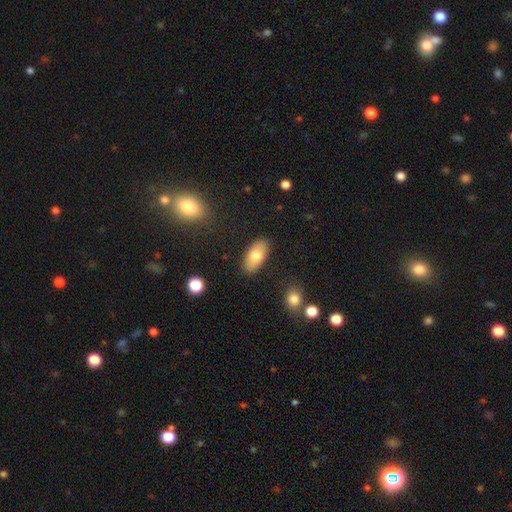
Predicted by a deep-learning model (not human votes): smooth-or-featured: smooth: 75% | featured or disk: 18% | star or artifact: 7%
  how-rounded: in between: 91% | cigar-shaped: 6% | round: 3%
  merging: none: 87% | minor disturbance: 9% | major disturbance: 2% | merger: 2%